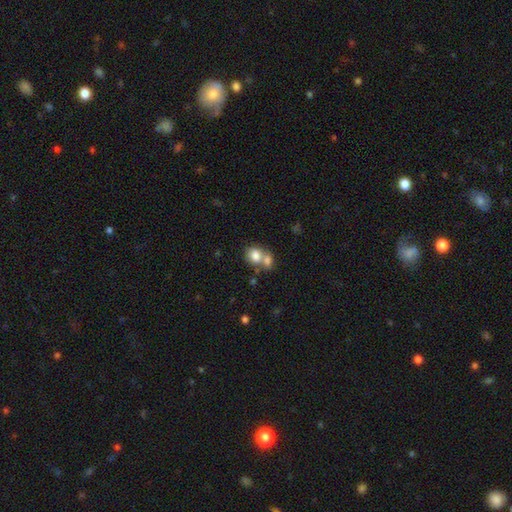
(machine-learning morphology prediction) Overall: smooth (78%). How rounded: round (55%; in between 44%). Merging: merger (57%; none 31%).